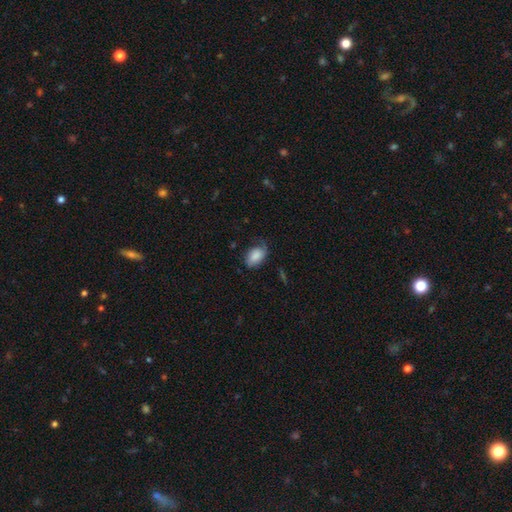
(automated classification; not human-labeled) smooth 76%, featured or disk 17%, star or artifact 7%. Down the decision tree: how rounded — in between (89%); merging — none (54%).